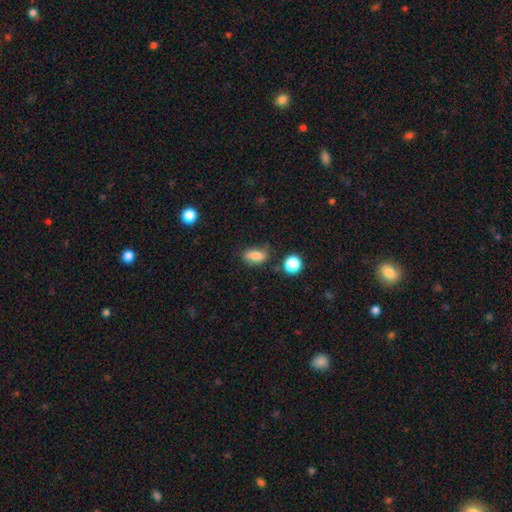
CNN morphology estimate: smooth_or_featured: smooth (p=0.77) [alt: featured or disk p=0.13]
how_rounded: in between (p=0.81) [alt: round p=0.12]
merging: none (p=0.67) [alt: minor disturbance p=0.23]